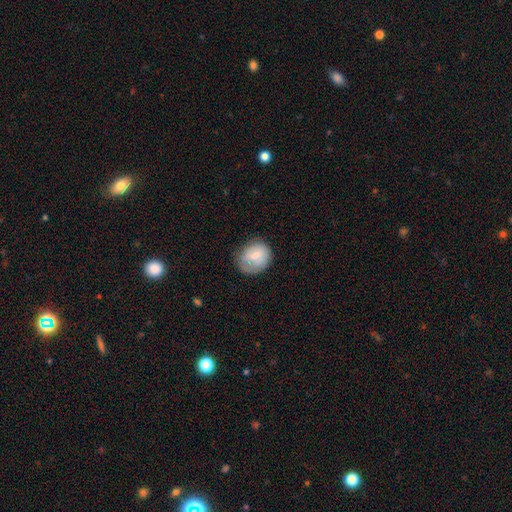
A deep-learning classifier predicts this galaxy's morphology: This is likely a smooth galaxy (66%). How rounded: likely round (62%). Merging: likely none (63%).